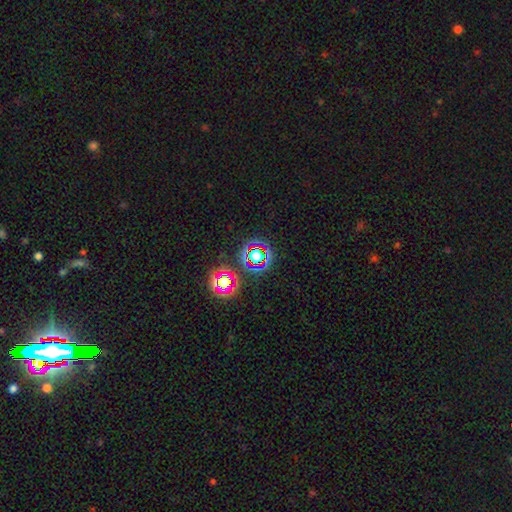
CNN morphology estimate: smooth-or-featured: star or artifact: 63% | smooth: 25% | featured or disk: 12%